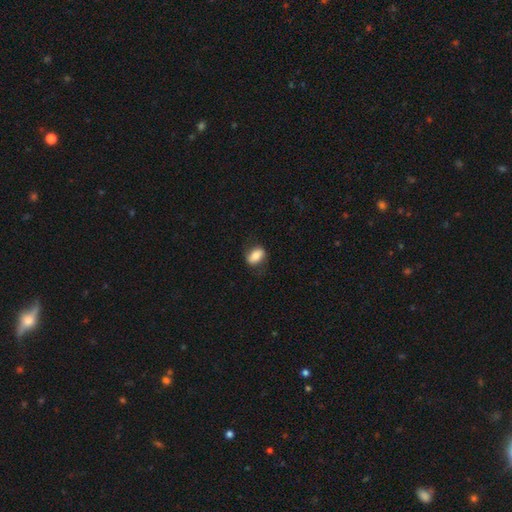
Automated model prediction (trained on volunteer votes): Smooth or featured: smooth — 79% (featured or disk — 13%)
How rounded: in between — 86% (round — 10%)
Merging: none — 73% (minor disturbance — 19%)